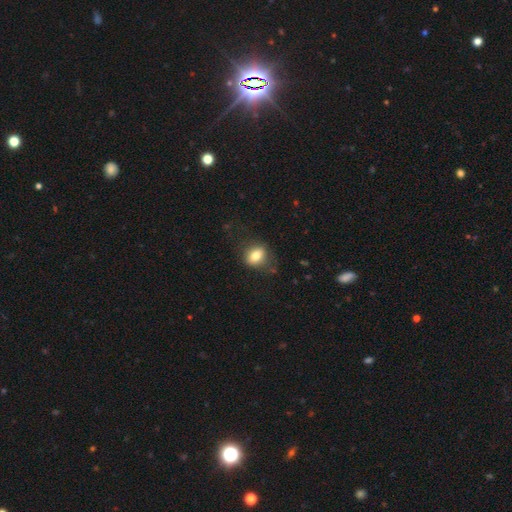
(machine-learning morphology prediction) This appears to be a smooth galaxy with no disk features (79%) that is in between round and cigar-shaped (62%). Merging: none (76%).